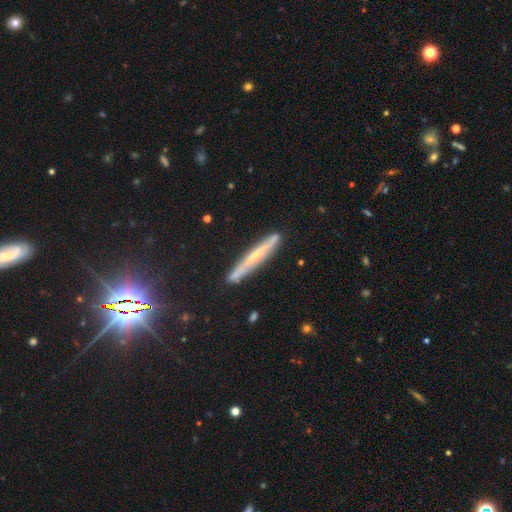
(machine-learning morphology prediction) A featured or disk galaxy (61%) viewed edge-on (91%) with a rounded central bulge (56%). Merging: none (85%).